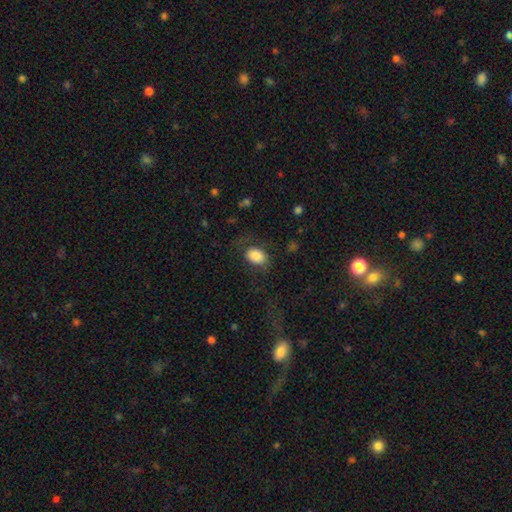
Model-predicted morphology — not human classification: smooth_or_featured: smooth (p=0.81) [alt: featured or disk p=0.11]
how_rounded: in between (p=0.78) [alt: round p=0.21]
merging: none (p=0.65) [alt: minor disturbance p=0.17]